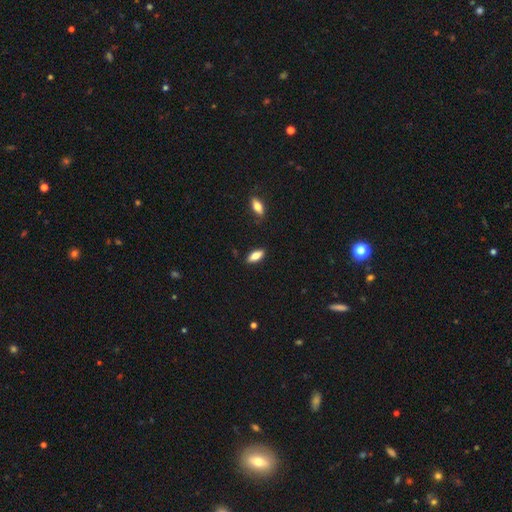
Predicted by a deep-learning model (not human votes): This is likely a smooth galaxy (77%). How rounded: likely in between (75%). Merging: clearly none (86%).